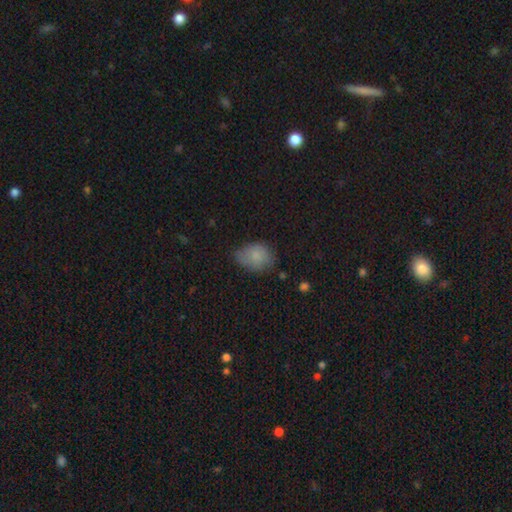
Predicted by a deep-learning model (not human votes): This is likely a smooth galaxy (80%). How rounded: likely in between (69%). Merging: possibly none (54%).